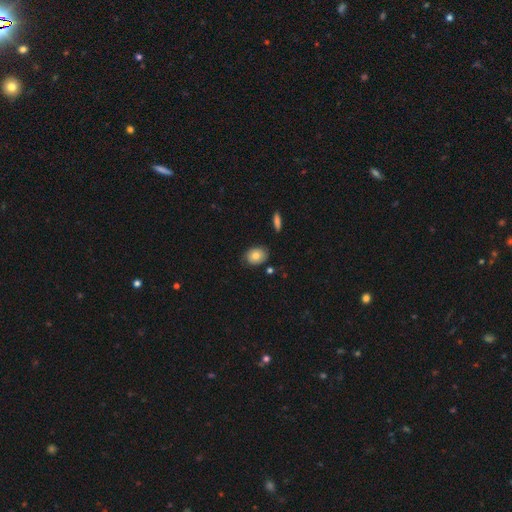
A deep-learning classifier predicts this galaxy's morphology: Overall: smooth (75%). How rounded: in between (62%; round 36%). Merging: none (79%).